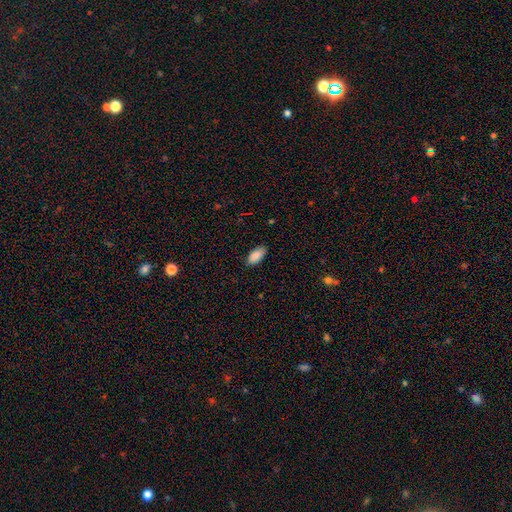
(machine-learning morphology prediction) Smooth or featured?
  - smooth: 89% *
  - star or artifact: 7%
  - featured or disk: 4%
How rounded?
  - in between: 92% *
  - cigar-shaped: 6%
  - round: 2%
Merging?
  - none: 85% *
  - minor disturbance: 11%
  - major disturbance: 2%
  - merger: 1%